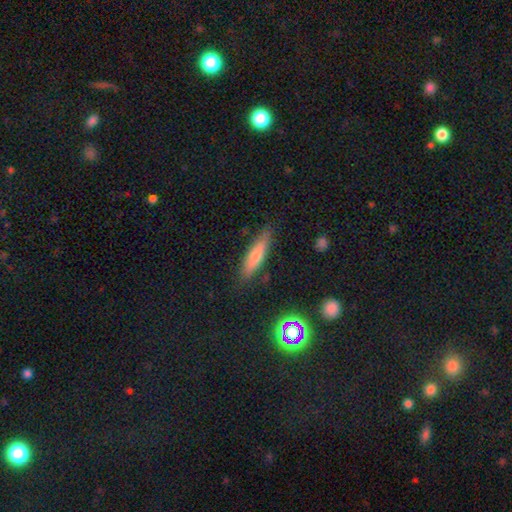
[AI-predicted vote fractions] The model was most divided on "smooth or featured": smooth: 68%, featured or disk: 22%, star or artifact: 10%. More confident: merging — none (83%); how rounded — cigar-shaped (78%).